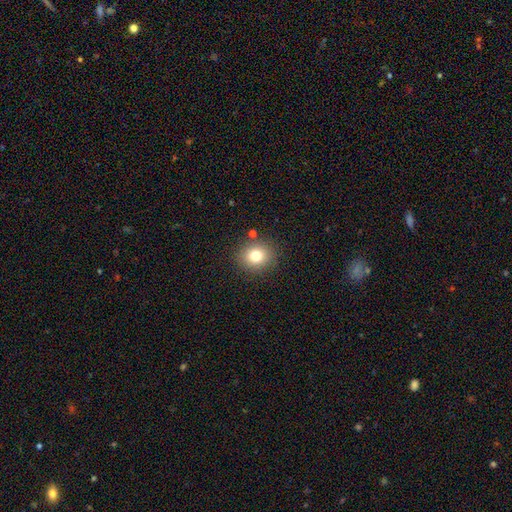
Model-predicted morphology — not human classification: smooth_or_featured: smooth (p=0.78) [alt: star or artifact p=0.13]
how_rounded: round (p=0.78) [alt: in between p=0.21]
merging: none (p=0.86) [alt: minor disturbance p=0.08]